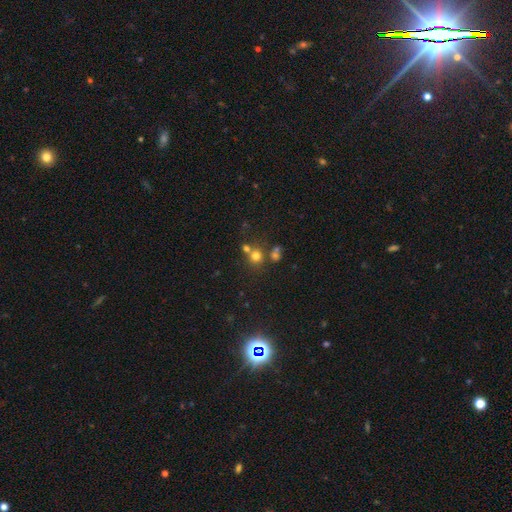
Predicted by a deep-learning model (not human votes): Q: Smooth or featured?
A: smooth (70%); runner-up: star or artifact (20%)
Q: How rounded?
A: round (86%); runner-up: in between (13%)
Q: Merging?
A: none (56%); runner-up: merger (31%)